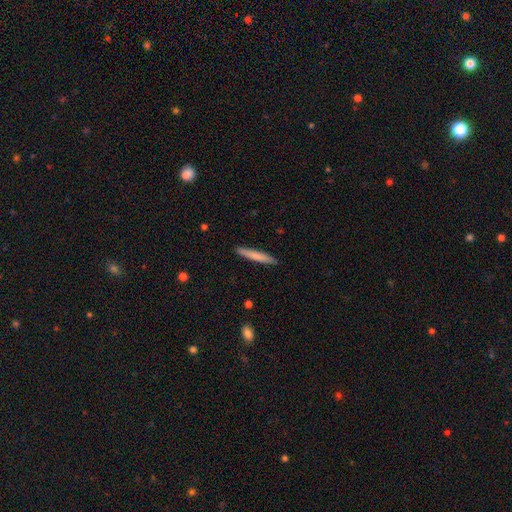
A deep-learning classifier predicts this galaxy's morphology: smooth 74%, featured or disk 21%, star or artifact 5%. Down the decision tree: how rounded — cigar-shaped (95%); merging — none (90%).